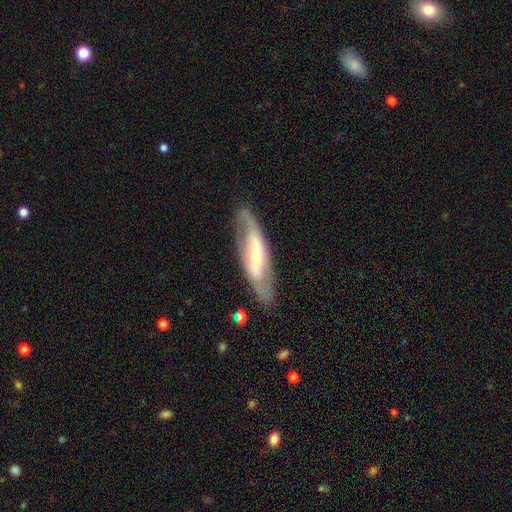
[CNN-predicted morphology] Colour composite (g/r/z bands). It shows a featured or disk galaxy (68%). Merging: none (79%).